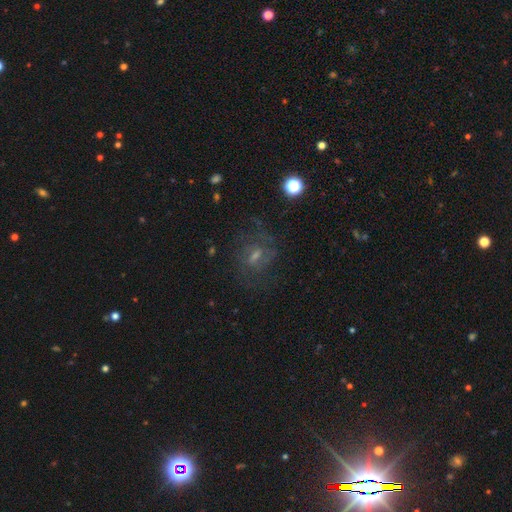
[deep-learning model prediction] A featured or disk galaxy (54%) with a weak bar (52%), spiral arms (69%) and a small central bulge (42%).

Vote fractions:
- Smooth or featured? featured or disk: 54% / smooth: 27% / star or artifact: 20%
- Edge-on disk? no: 94% / yes: 6%
- Bar? weak: 52% / no: 33% / strong: 16%
- Spiral arms? yes: 69% / no: 31%
- Bulge size? small: 42% / moderate: 36% / none: 16% / large: 4% / dominant: 1%
- Merging? none: 63% / minor disturbance: 17% / major disturbance: 17% / merger: 2%